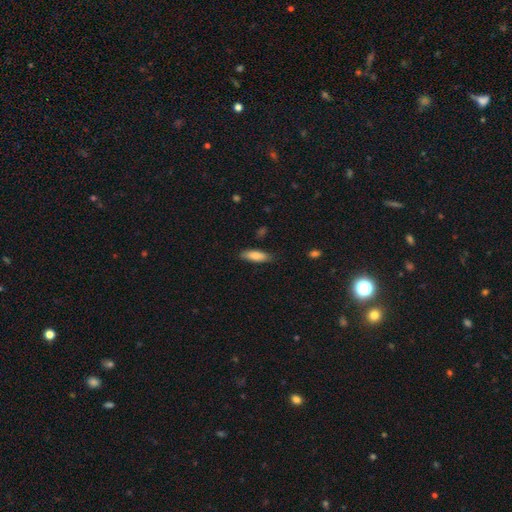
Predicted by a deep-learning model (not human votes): This appears to be a smooth galaxy with no disk features (80%) that is in between round and cigar-shaped (57%). Merging: none (83%).